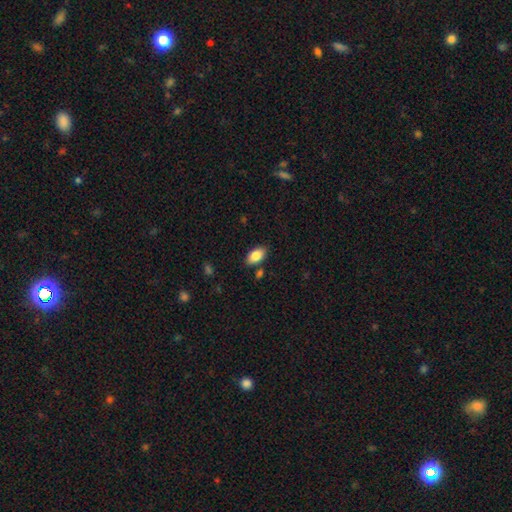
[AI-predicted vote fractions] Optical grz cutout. It shows a smooth galaxy with no disk features (85%) that is in between round and cigar-shaped (93%). Merging: none (81%).